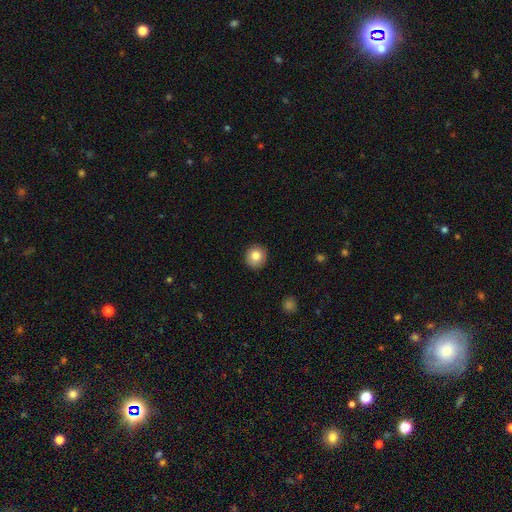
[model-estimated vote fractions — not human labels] The model was most divided on "smooth or featured": smooth: 82%, star or artifact: 9%, featured or disk: 9%. More confident: how rounded — round (92%); merging — none (91%).